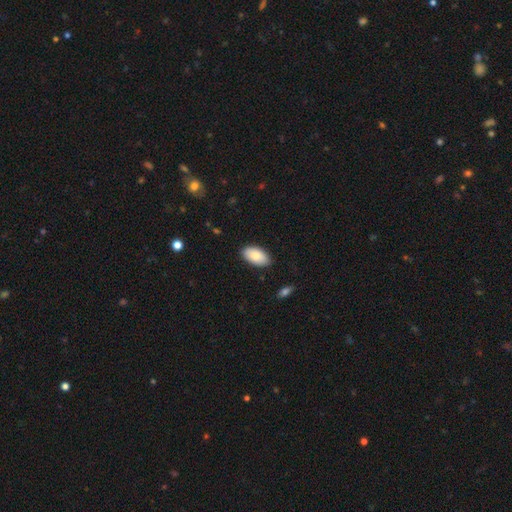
smooth-or-featured: smooth: 78% | featured or disk: 17% | star or artifact: 6%
  how-rounded: in between: 89% | cigar-shaped: 7% | round: 4%
  merging: none: 82% | minor disturbance: 12% | merger: 6% | major disturbance: 0%